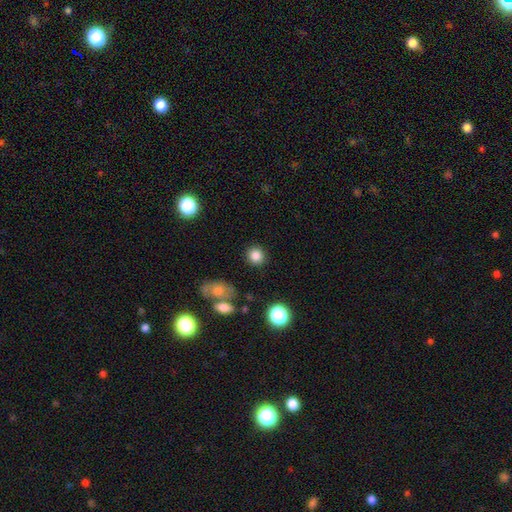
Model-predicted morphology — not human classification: Smooth or featured: smooth — 84% (star or artifact — 11%)
How rounded: round — 87% (in between — 12%)
Merging: none — 88% (minor disturbance — 7%)